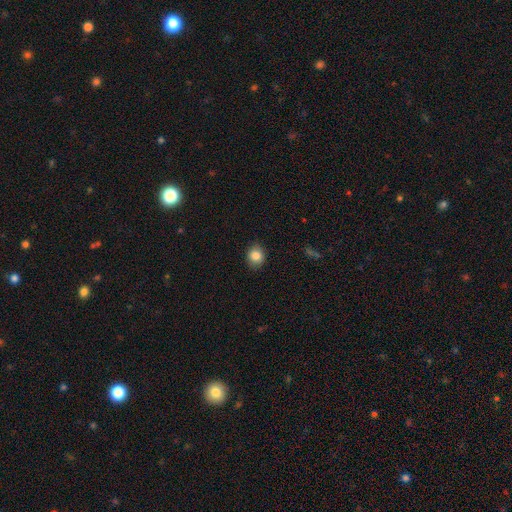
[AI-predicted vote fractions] Q: Smooth or featured?
A: smooth (85%); runner-up: star or artifact (9%)
Q: How rounded?
A: round (67%); runner-up: in between (32%)
Q: Merging?
A: none (86%); runner-up: minor disturbance (11%)